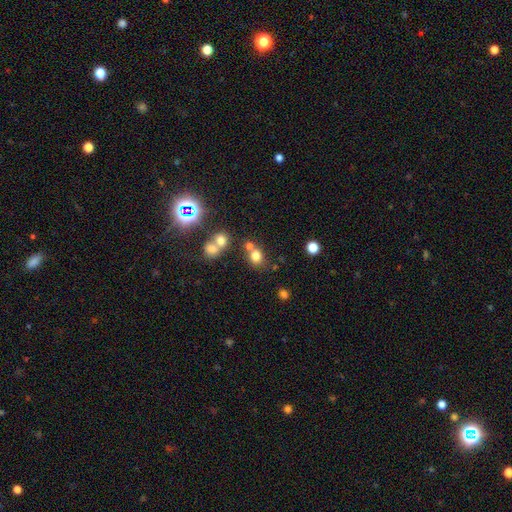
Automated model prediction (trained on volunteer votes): smooth-or-featured: smooth: 73% | star or artifact: 17% | featured or disk: 9%
  how-rounded: round: 70% | in between: 29% | cigar-shaped: 1%
  merging: none: 57% | merger: 28% | minor disturbance: 10% | major disturbance: 5%